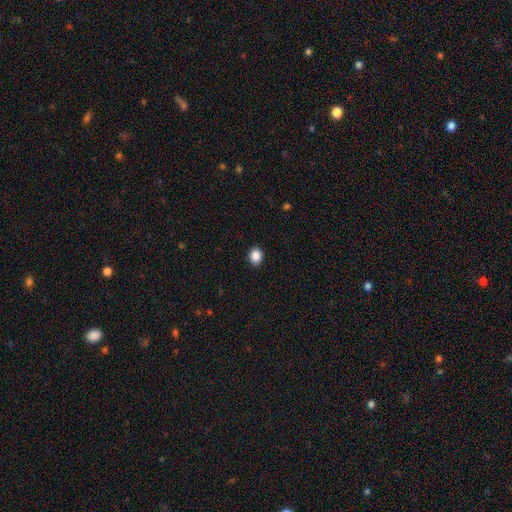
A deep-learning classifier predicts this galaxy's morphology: Smooth or featured? smooth (88%)
How rounded? round (56%)
Merging? none (91%)